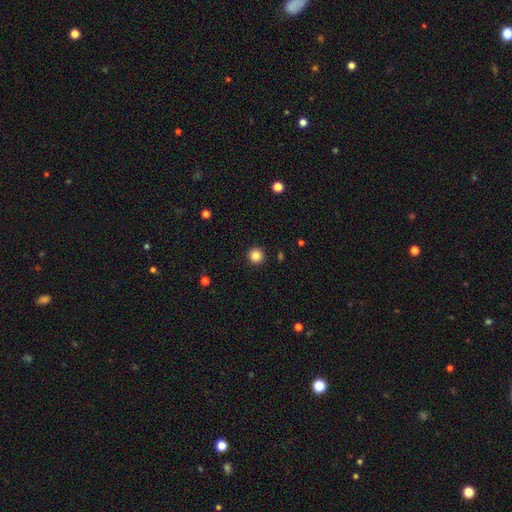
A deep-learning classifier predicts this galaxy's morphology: smooth-or-featured: smooth: 85% | star or artifact: 11% | featured or disk: 4%
  how-rounded: round: 96% | in between: 3% | cigar-shaped: 1%
  merging: none: 93% | minor disturbance: 4% | major disturbance: 2% | merger: 1%